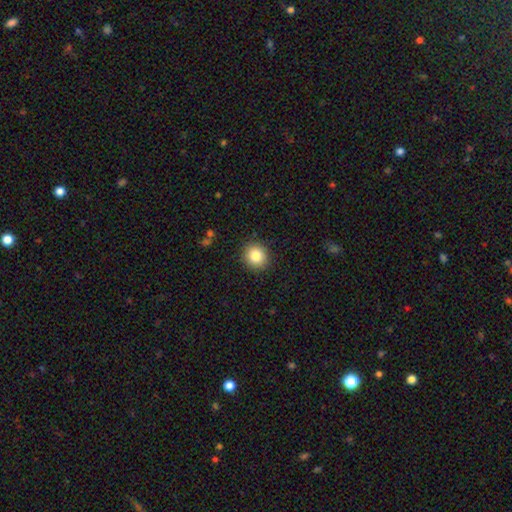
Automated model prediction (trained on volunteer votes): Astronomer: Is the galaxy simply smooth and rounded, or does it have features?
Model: smooth — 83%.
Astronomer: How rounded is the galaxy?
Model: round — 87%.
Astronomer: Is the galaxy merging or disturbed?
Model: none — 90%.